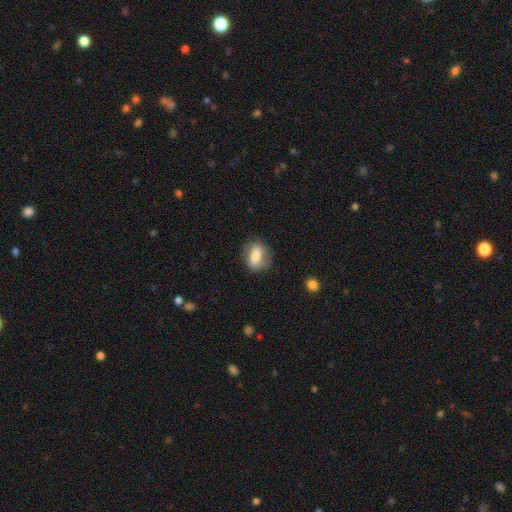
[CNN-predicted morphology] This is likely a smooth galaxy (70%). How rounded: likely in between (72%). Merging: likely none (75%).